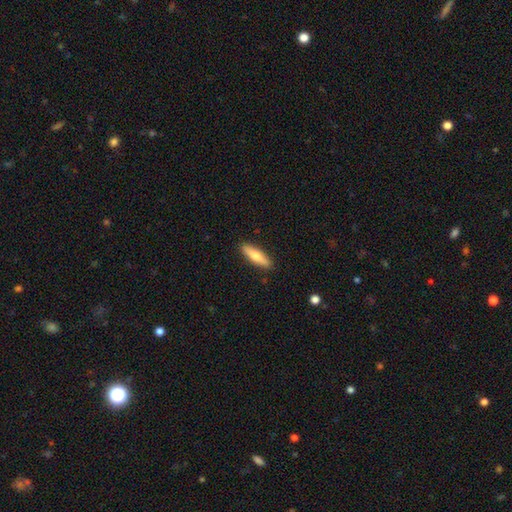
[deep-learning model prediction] Smooth or featured? smooth (69%)
How rounded? cigar-shaped (66%)
Merging? none (90%)